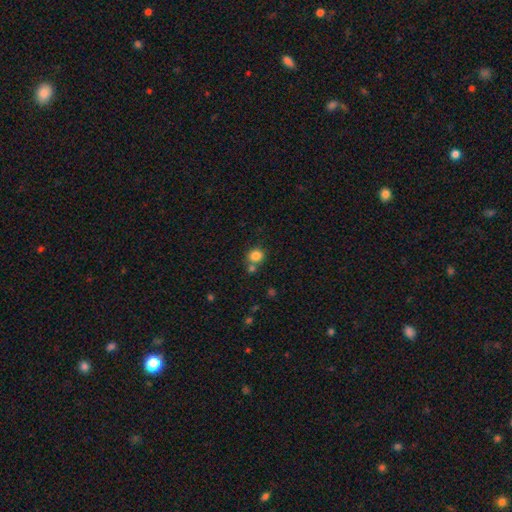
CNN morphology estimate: smooth-or-featured: smooth: 83% | star or artifact: 11% | featured or disk: 5%
  how-rounded: round: 82% | in between: 17% | cigar-shaped: 1%
  merging: none: 63% | merger: 23% | minor disturbance: 10% | major disturbance: 4%